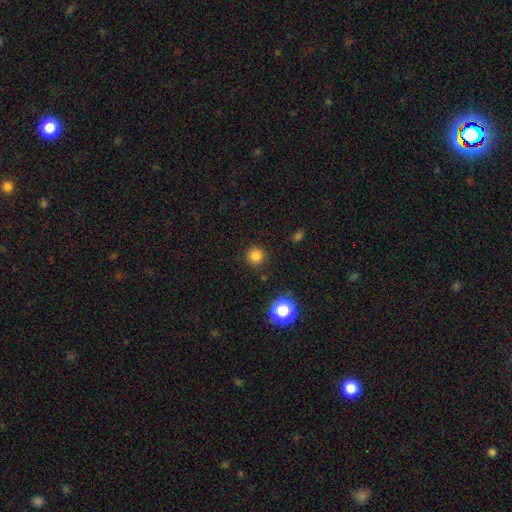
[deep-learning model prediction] smooth_or_featured: smooth (p=0.82) [alt: star or artifact p=0.15]
how_rounded: round (p=0.95) [alt: in between p=0.04]
merging: none (p=0.90) [alt: minor disturbance p=0.06]